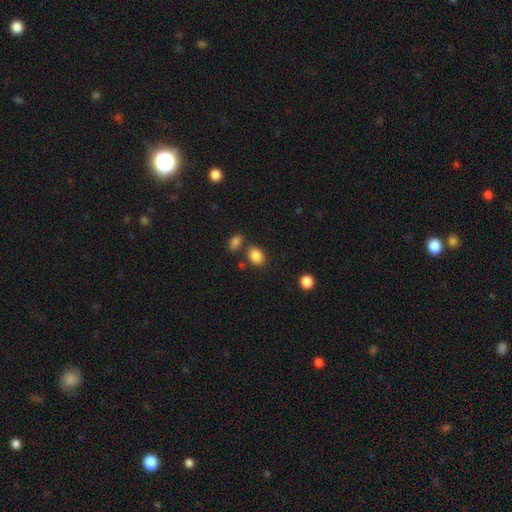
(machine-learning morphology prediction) smooth_or_featured: smooth (p=0.86) [alt: star or artifact p=0.09]
how_rounded: in between (p=0.69) [alt: round p=0.30]
merging: none (p=0.72) [alt: merger p=0.13]